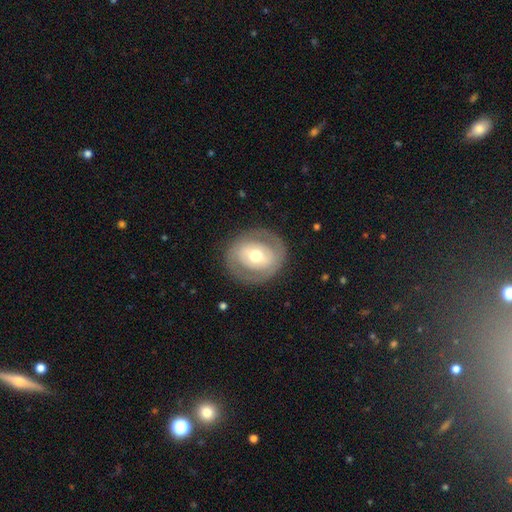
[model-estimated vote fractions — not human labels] Smooth or featured?
  - featured or disk: 55% *
  - smooth: 39%
  - star or artifact: 6%
Edge-on disk?
  - no: 95% *
  - yes: 5%
Bar?
  - no: 56% *
  - weak: 28%
  - strong: 17%
Spiral arms?
  - no: 73% *
  - yes: 27%
Bulge size?
  - moderate: 70% *
  - large: 16%
  - small: 12%
  - dominant: 1%
  - none: 1%
Merging?
  - none: 82% *
  - minor disturbance: 11%
  - major disturbance: 6%
  - merger: 1%